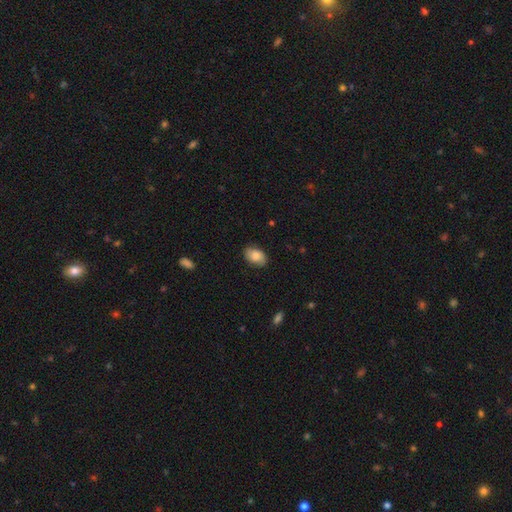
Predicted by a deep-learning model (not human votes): smooth 82%, featured or disk 11%, star or artifact 7%. Down the decision tree: how rounded — in between (89%); merging — none (83%).